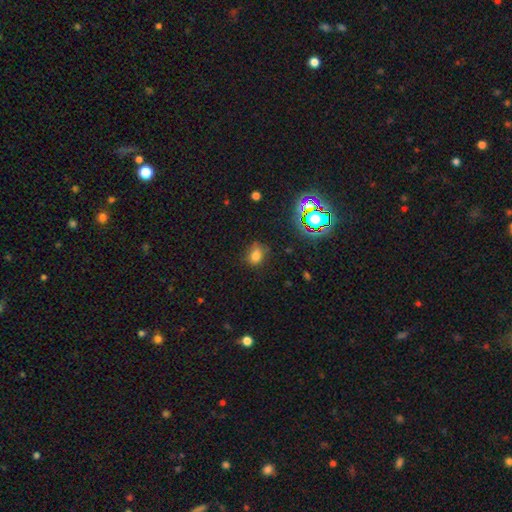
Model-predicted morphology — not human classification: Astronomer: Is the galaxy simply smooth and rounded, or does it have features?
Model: smooth — 73%.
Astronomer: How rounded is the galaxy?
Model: in between — 53% (runner-up: round, 45%).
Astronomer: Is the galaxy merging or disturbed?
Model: none — 66%.